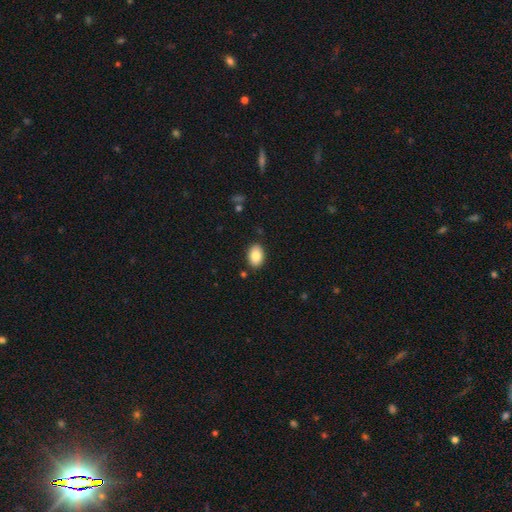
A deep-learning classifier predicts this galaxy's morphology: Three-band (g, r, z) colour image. It shows a smooth galaxy with no disk features (85%) that is in between round and cigar-shaped (87%). Merging: none (88%).